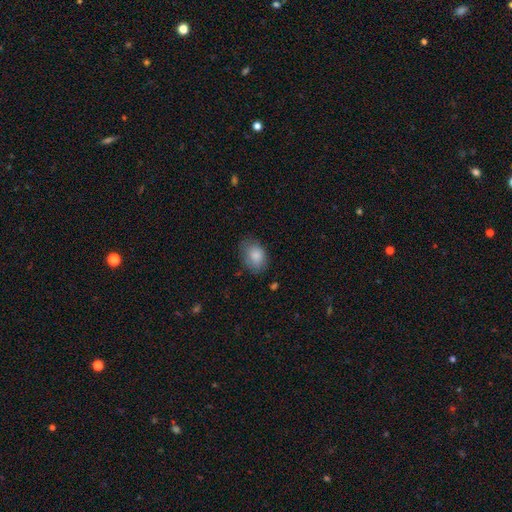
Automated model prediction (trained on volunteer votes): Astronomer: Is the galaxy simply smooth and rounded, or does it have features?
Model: smooth — 86%.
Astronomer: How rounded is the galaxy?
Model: in between — 82%.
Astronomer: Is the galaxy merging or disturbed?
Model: none — 69%.